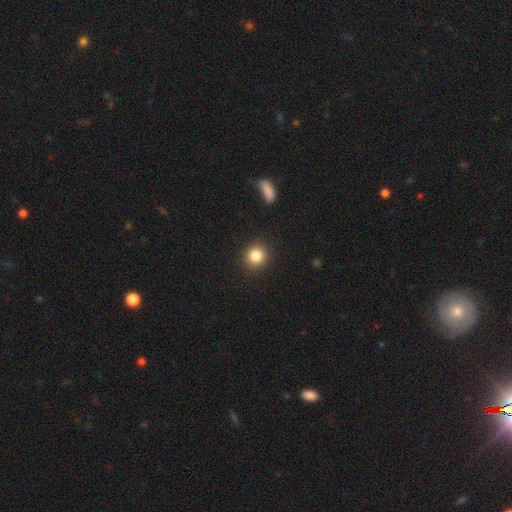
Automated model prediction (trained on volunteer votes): The model was most divided on "smooth or featured": smooth: 84%, star or artifact: 10%, featured or disk: 5%. More confident: merging — none (91%); how rounded — round (88%).